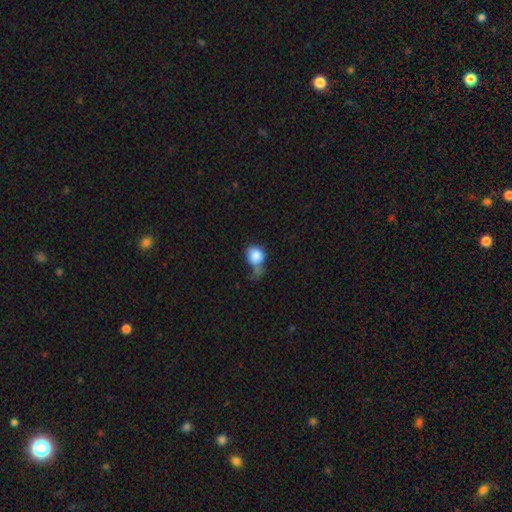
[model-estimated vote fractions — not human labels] A smooth galaxy with no disk features (82%) that is round (72%). Merging: none (31%).